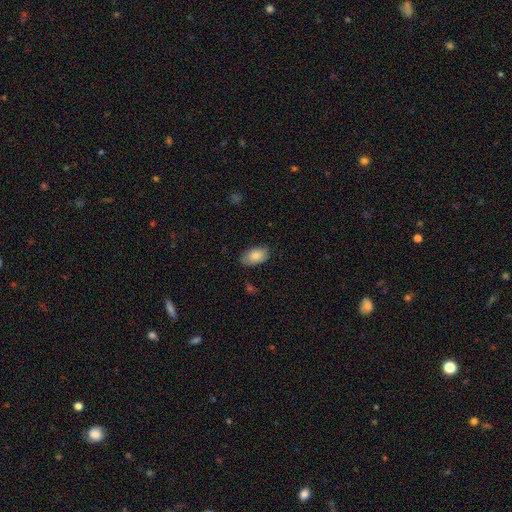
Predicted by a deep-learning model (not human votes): Overall: smooth (81%). How rounded: in between (93%). Merging: none (75%).